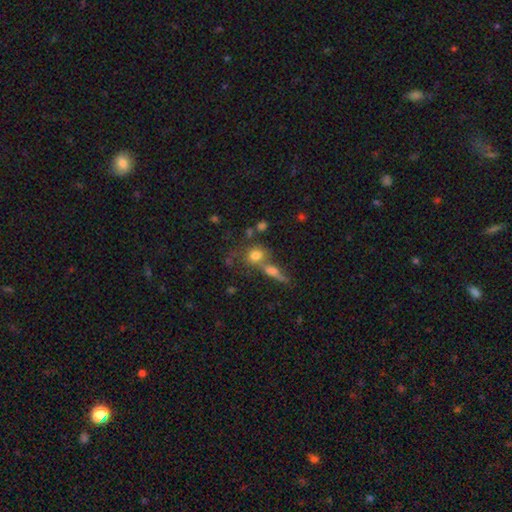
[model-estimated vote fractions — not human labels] Overall: smooth (71%). How rounded: round (70%). Merging: none (50%; merger 33%).